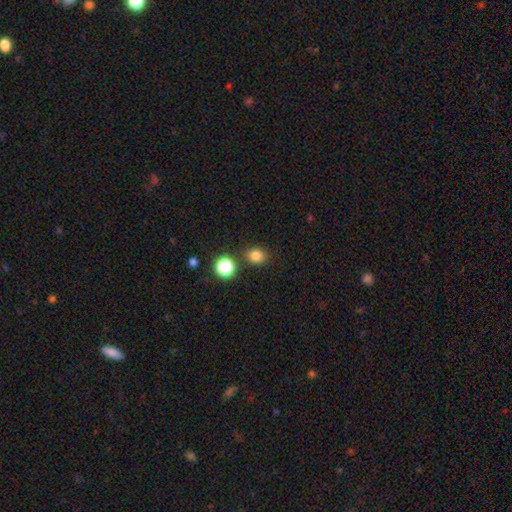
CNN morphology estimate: Q: Smooth or featured?
A: smooth (81%); runner-up: star or artifact (14%)
Q: How rounded?
A: round (67%); runner-up: in between (32%)
Q: Merging?
A: none (81%); runner-up: minor disturbance (9%)